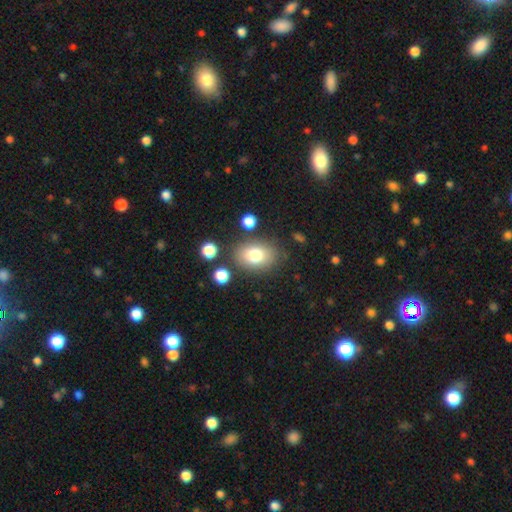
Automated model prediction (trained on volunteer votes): The model was most divided on "how rounded": in between: 73%, round: 26%, cigar-shaped: 1%. More confident: merging — none (78%); smooth or featured — smooth (78%).